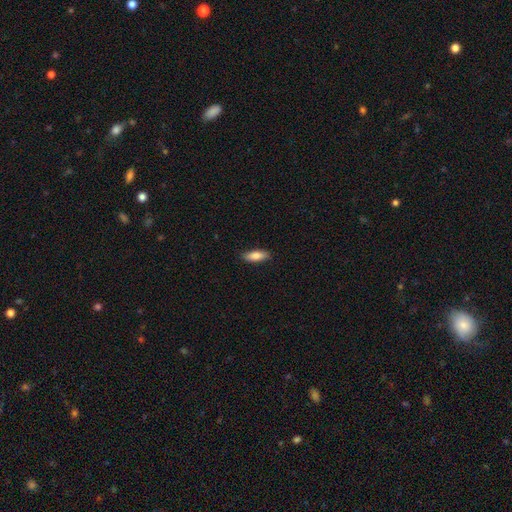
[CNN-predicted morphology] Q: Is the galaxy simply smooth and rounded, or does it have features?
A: smooth — 83%.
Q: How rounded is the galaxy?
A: in between — 63%.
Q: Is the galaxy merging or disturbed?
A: none — 88%.